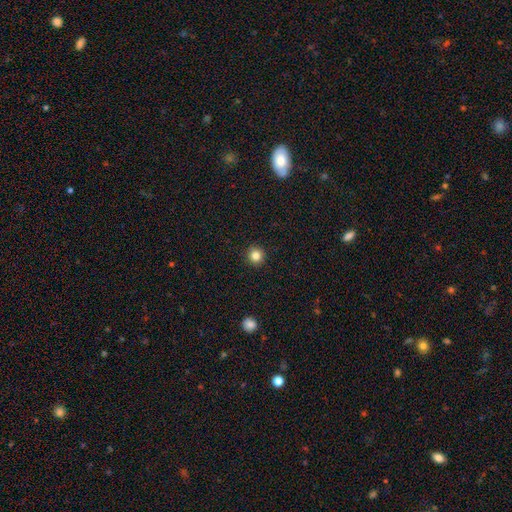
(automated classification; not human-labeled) Smooth or featured? smooth (84%)
How rounded? round (95%)
Merging? none (93%)